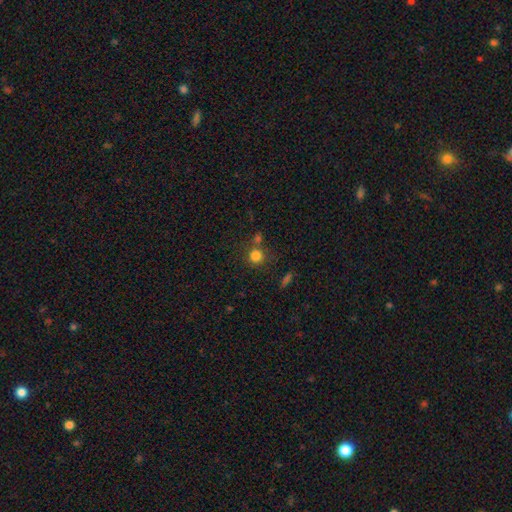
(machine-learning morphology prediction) A smooth galaxy with no disk features (81%) that is round (91%). Merging: none (67%).